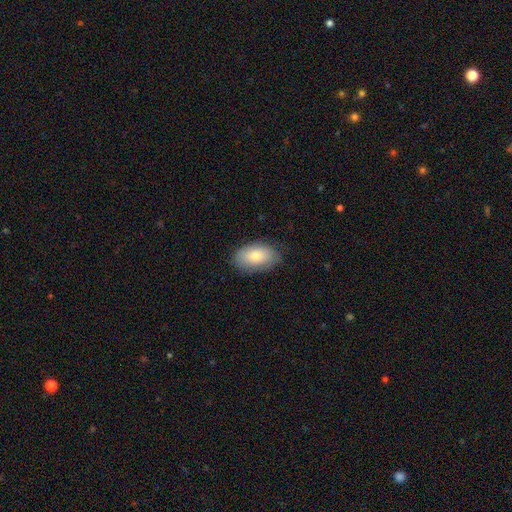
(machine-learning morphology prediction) The model was most divided on "smooth or featured": smooth: 76%, featured or disk: 17%, star or artifact: 7%. More confident: how rounded — in between (92%); merging — none (80%).